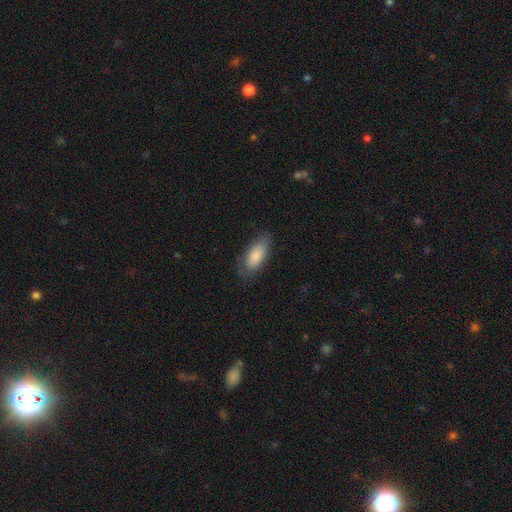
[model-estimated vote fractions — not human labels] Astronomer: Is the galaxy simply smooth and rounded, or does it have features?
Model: smooth — 86%.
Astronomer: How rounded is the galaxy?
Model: in between — 85%.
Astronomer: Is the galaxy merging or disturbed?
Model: none — 77%.